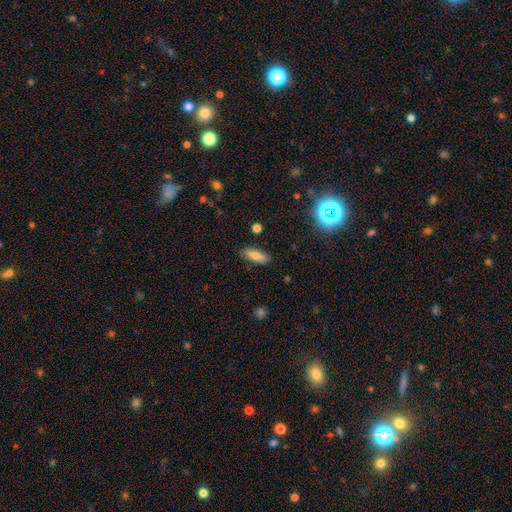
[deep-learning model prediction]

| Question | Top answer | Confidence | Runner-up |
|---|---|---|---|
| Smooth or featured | smooth | 75% | featured or disk (16%) |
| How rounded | in between | 63% | cigar-shaped (34%) |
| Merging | none | 86% | minor disturbance (10%) |